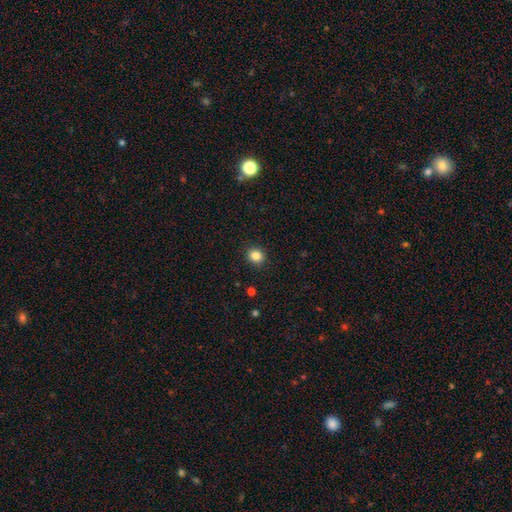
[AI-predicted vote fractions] Overall: smooth (84%). How rounded: round (76%). Merging: none (90%).